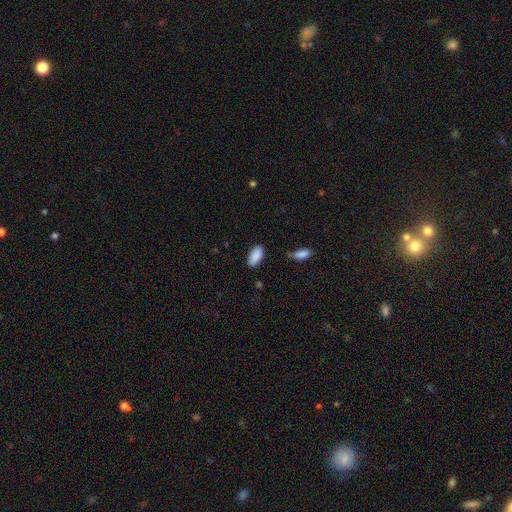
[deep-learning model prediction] Smooth or featured? Predicted: smooth (p=0.90). How rounded? Predicted: in between (p=0.93). Merging? Predicted: none (p=0.80).